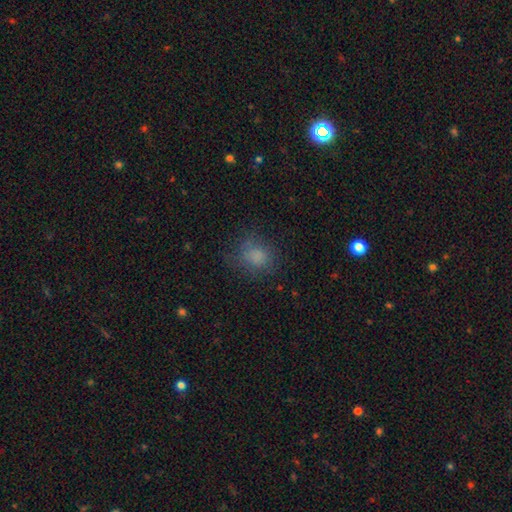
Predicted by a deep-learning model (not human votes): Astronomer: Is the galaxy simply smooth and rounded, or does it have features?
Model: smooth — 78%.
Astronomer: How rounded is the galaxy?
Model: round — 62% (runner-up: in between, 37%).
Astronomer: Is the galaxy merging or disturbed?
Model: none — 68%.